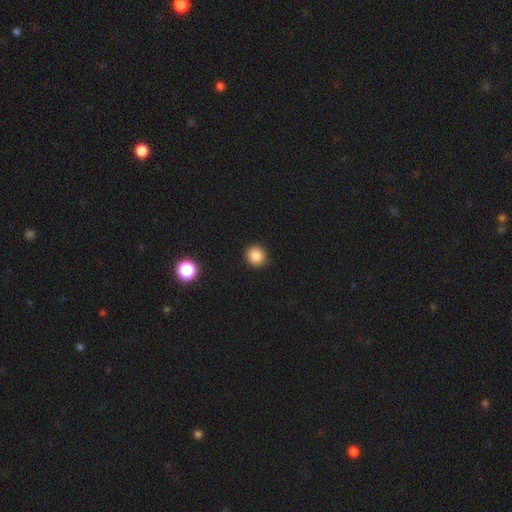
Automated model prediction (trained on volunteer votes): Q: Smooth or featured?
A: smooth (86%); runner-up: star or artifact (11%)
Q: How rounded?
A: round (90%); runner-up: in between (9%)
Q: Merging?
A: none (92%); runner-up: minor disturbance (5%)